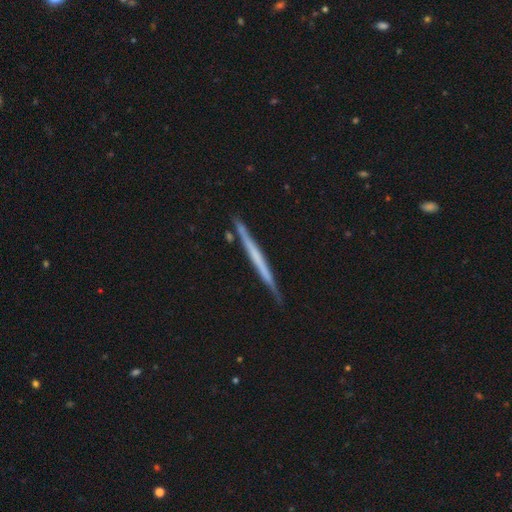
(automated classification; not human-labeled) This is possibly a featured or disk galaxy (60%). It is clearly viewed edge-on (98%). Edge-on bulge: clearly none (87%). Merging: clearly none (86%).